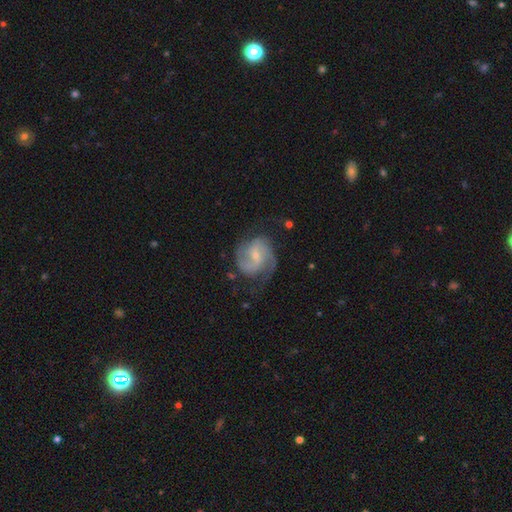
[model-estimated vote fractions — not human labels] smooth_or_featured: featured or disk (p=0.84) [alt: smooth p=0.10]
disk_edge_on: no (p=0.98) [alt: yes p=0.02]
bar: weak (p=0.49) [alt: no p=0.36]
has_spiral_arms: yes (p=0.96) [alt: no p=0.04]
spiral_winding: medium (p=0.52) [alt: tight p=0.28]
spiral_arm_count: 2 (p=0.73) [alt: 3 p=0.10]
bulge_size: small (p=0.67) [alt: moderate p=0.28]
merging: none (p=0.64) [alt: minor disturbance p=0.21]